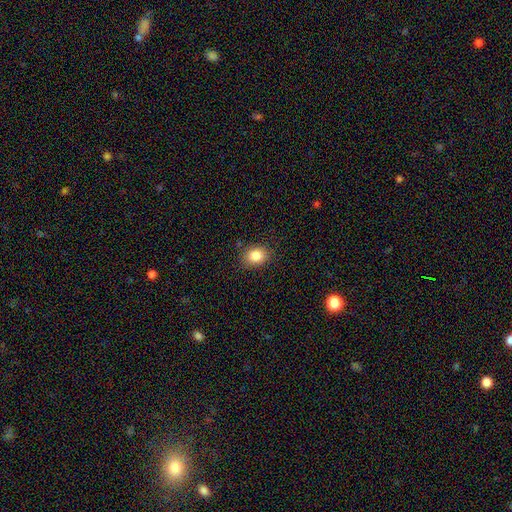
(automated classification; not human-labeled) Smooth or featured? smooth (84%)
How rounded? in between (52%)
Merging? none (84%)